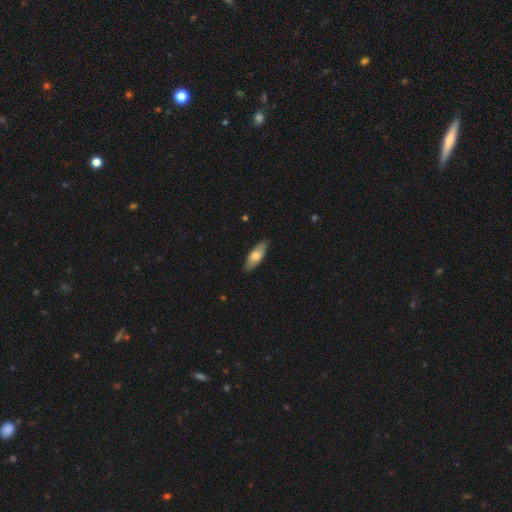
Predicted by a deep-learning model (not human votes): The model was most divided on "how rounded": in between: 70%, cigar-shaped: 28%, round: 2%. More confident: merging — none (87%); smooth or featured — smooth (70%).